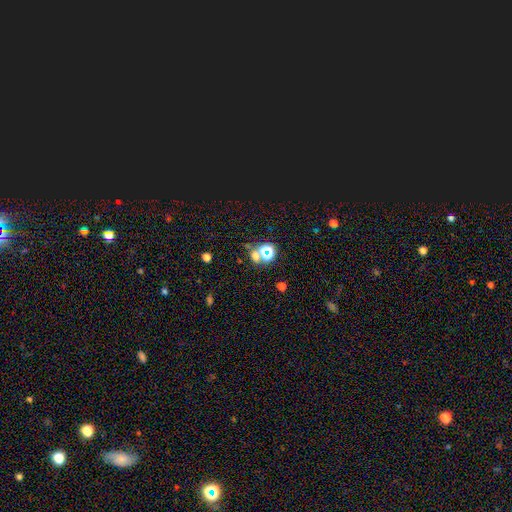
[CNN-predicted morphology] This appears to be a star or artifact, not a galaxy (55%).